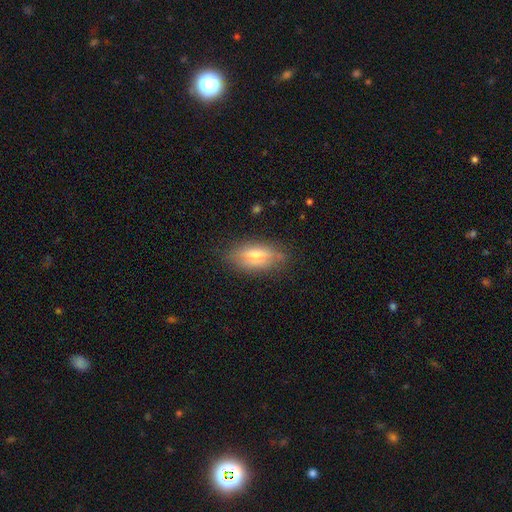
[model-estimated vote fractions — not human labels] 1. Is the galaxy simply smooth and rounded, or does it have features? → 51% smooth, 40% featured or disk, 9% star or artifact.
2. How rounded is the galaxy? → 71% in between, 25% cigar-shaped, 3% round.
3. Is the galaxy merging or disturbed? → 77% none, 18% minor disturbance, 4% major disturbance, 1% merger.